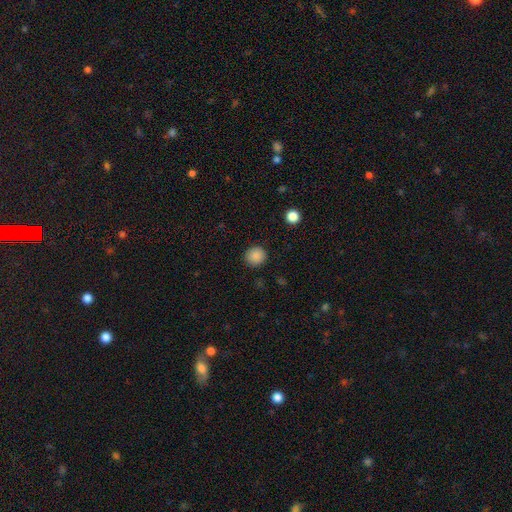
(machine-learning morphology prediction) smooth_or_featured: smooth (p=0.87) [alt: star or artifact p=0.10]
how_rounded: round (p=0.91) [alt: in between p=0.08]
merging: none (p=0.91) [alt: minor disturbance p=0.06]